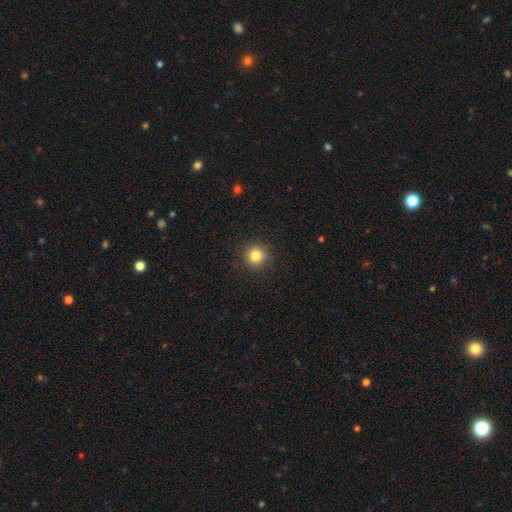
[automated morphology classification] smooth_or_featured: smooth (p=0.82) [alt: star or artifact p=0.12]
how_rounded: round (p=0.94) [alt: in between p=0.05]
merging: none (p=0.91) [alt: minor disturbance p=0.06]